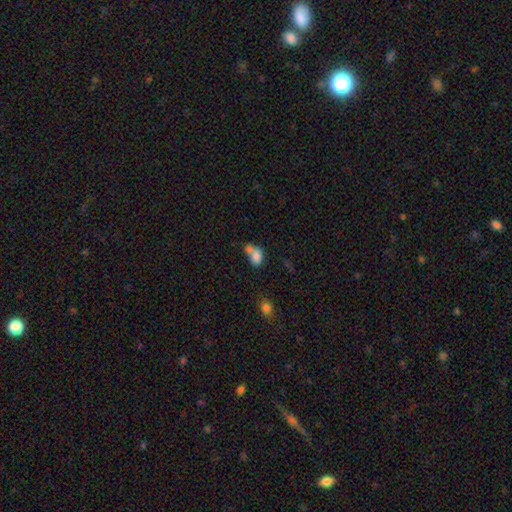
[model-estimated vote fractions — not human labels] Q: Smooth or featured?
A: smooth (79%); runner-up: featured or disk (11%)
Q: How rounded?
A: in between (69%); runner-up: round (30%)
Q: Merging?
A: merger (54%); runner-up: none (27%)